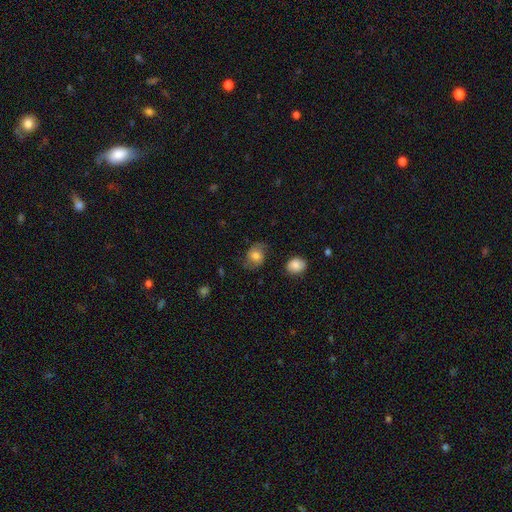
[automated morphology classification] Q: Smooth or featured?
A: smooth (59%); runner-up: featured or disk (32%)
Q: How rounded?
A: round (50%); runner-up: in between (49%)
Q: Merging?
A: none (68%); runner-up: minor disturbance (22%)